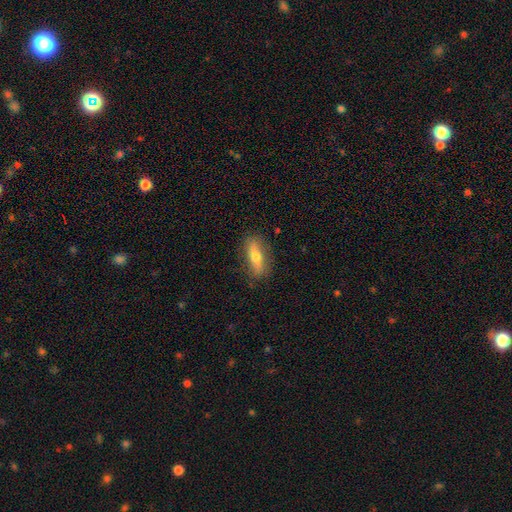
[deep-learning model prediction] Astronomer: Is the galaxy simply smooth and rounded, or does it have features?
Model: smooth — 50% (runner-up: featured or disk, 42%).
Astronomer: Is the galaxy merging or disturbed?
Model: none — 82%.